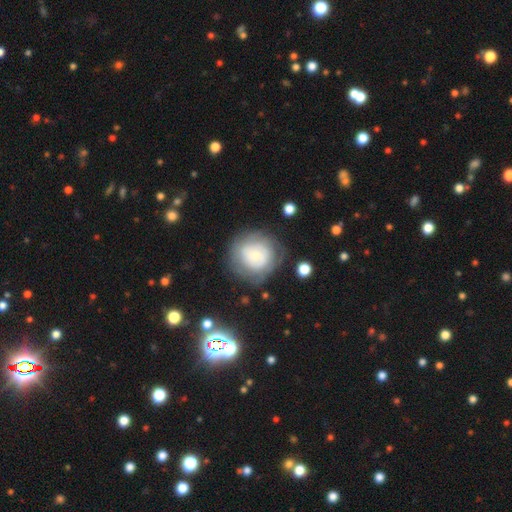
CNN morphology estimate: smooth_or_featured: featured or disk (p=0.49) [alt: smooth p=0.44]
merging: none (p=0.70) [alt: minor disturbance p=0.18]